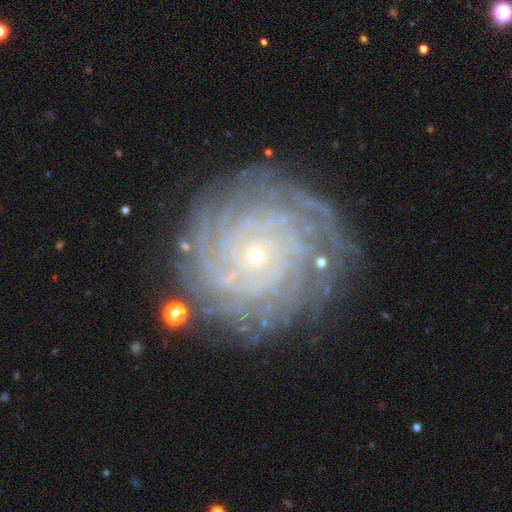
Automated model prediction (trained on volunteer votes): A featured or disk galaxy (89%) with no bar (81%), more than 4 (34%) tight (87%) spiral arms (98%) and a small central bulge (83%). Merging: none (82%).